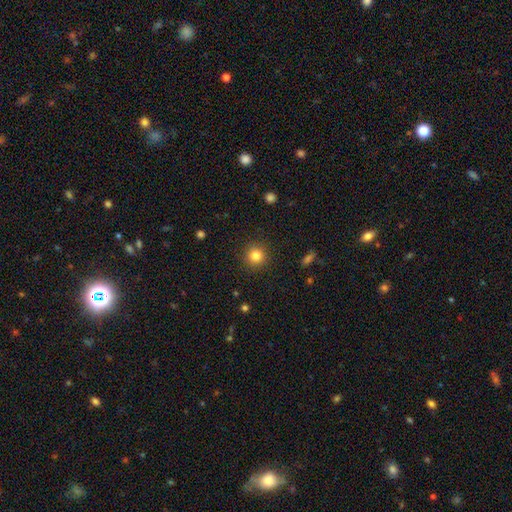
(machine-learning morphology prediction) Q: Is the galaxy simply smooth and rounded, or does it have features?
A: smooth — 82%.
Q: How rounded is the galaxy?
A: round — 94%.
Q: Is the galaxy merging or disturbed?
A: none — 90%.